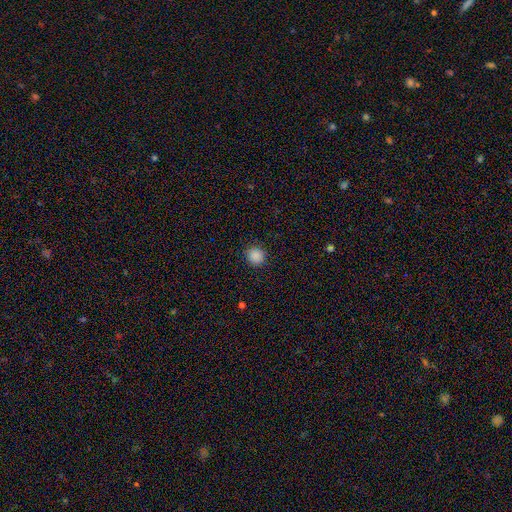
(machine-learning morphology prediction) smooth 88%, star or artifact 10%, featured or disk 3%. Down the decision tree: how rounded — round (91%); merging — none (91%).